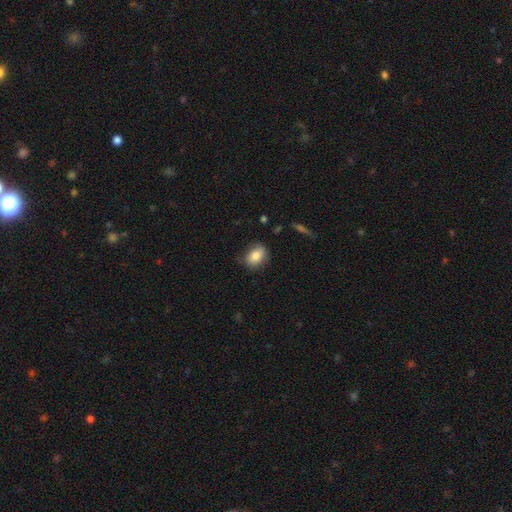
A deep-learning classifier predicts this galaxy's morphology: A smooth galaxy with no disk features (83%) that is in between round and cigar-shaped (74%).

Vote fractions:
- Smooth or featured? smooth: 83% / featured or disk: 9% / star or artifact: 8%
- How rounded? in between: 74% / round: 24% / cigar-shaped: 1%
- Merging? none: 74% / minor disturbance: 20% / major disturbance: 4% / merger: 1%